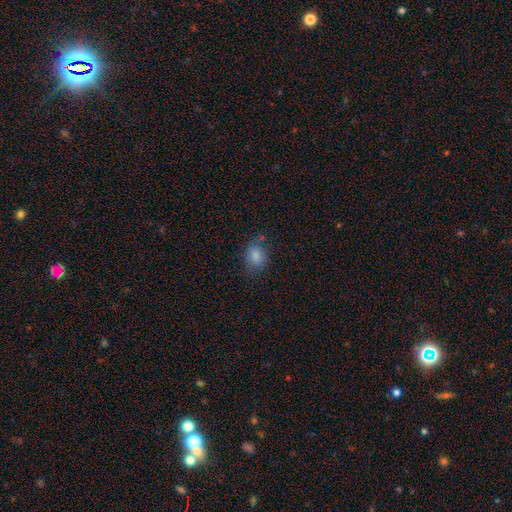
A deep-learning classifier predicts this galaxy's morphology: This is clearly a smooth galaxy (83%). How rounded: likely in between (60%). Merging: likely none (65%).